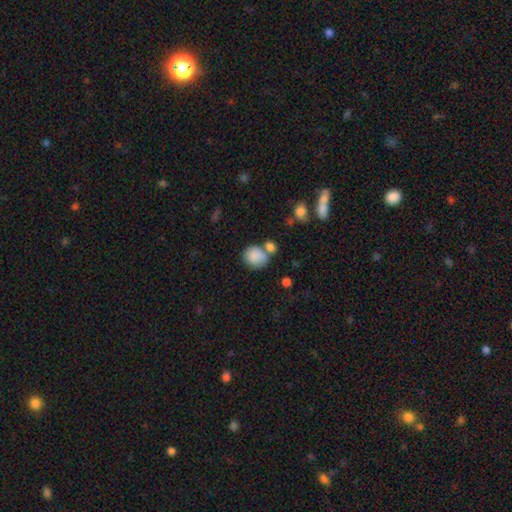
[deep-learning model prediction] This is clearly a smooth galaxy (85%). How rounded: likely round (69%). Merging: possibly none (51%).